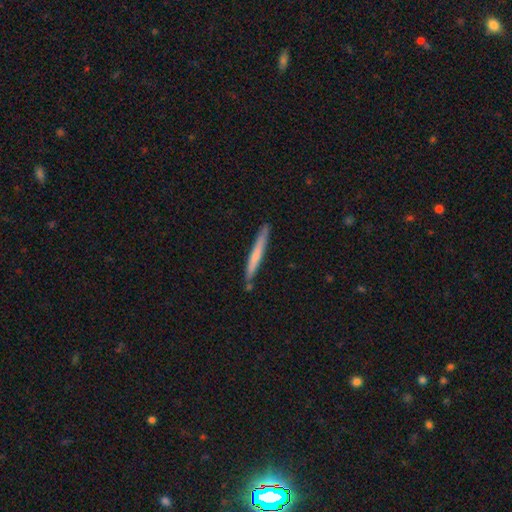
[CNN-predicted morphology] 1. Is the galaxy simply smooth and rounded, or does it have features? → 61% smooth, 34% featured or disk, 5% star or artifact.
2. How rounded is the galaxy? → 97% cigar-shaped, 2% in between, 1% round.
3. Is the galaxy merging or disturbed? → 84% none, 11% minor disturbance, 3% merger, 2% major disturbance.